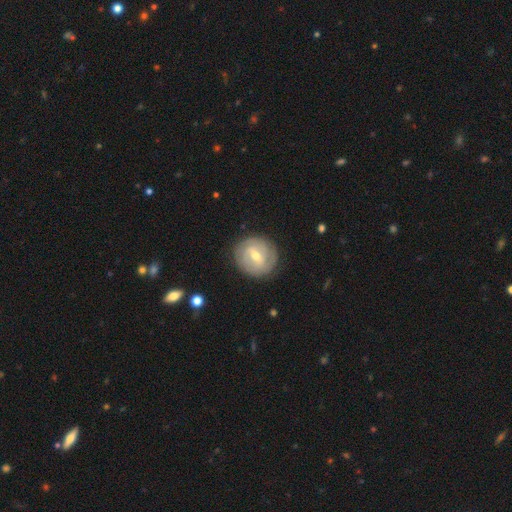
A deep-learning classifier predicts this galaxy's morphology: type=featured or disk (67%); edge-on=no (97%); bar=weak (56%); spiral arms=yes (75%); bulge=moderate (57%); merging=none (84%).